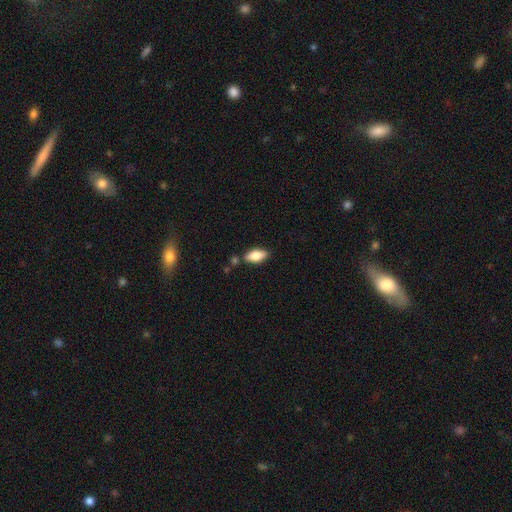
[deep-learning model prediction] Smooth or featured? Predicted: smooth (p=0.77). How rounded? Predicted: in between (p=0.88). Merging? Predicted: none (p=0.77).